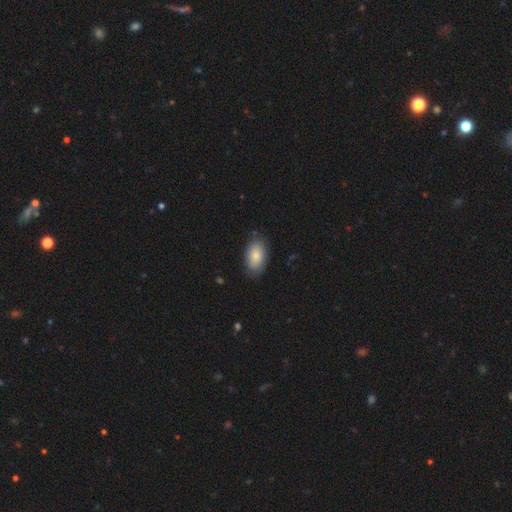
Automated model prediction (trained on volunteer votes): Smooth or featured: smooth — 83% (featured or disk — 11%)
How rounded: in between — 93% (round — 6%)
Merging: none — 82% (minor disturbance — 14%)